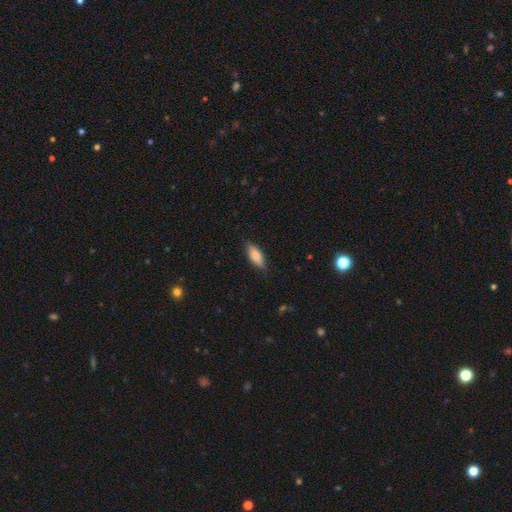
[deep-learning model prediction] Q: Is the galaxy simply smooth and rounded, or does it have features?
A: smooth — 76%.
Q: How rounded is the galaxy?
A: in between — 68%.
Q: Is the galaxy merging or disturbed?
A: none — 84%.